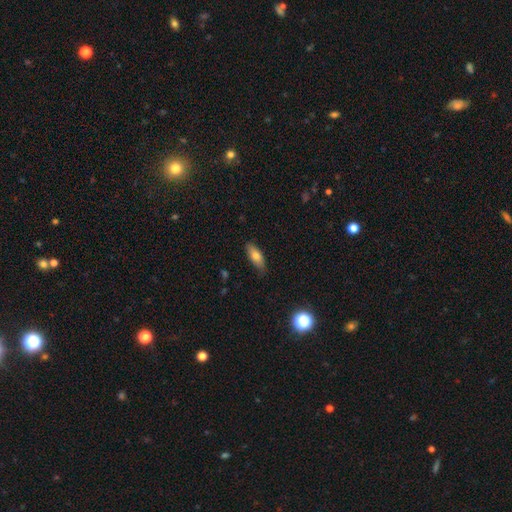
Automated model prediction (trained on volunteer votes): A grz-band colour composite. It shows a smooth galaxy with no disk features (75%) that is in between round and cigar-shaped (72%). Merging: none (78%).